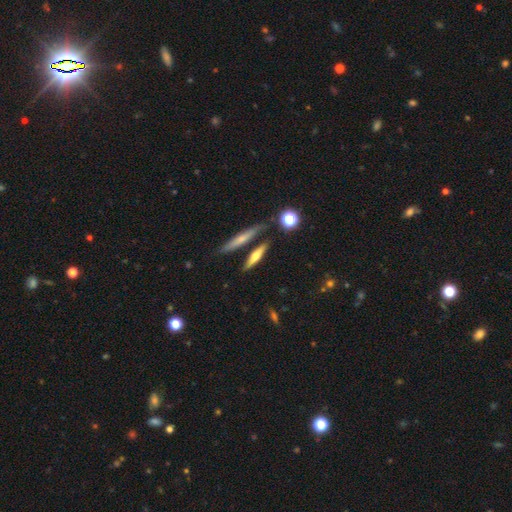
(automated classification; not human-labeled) smooth-or-featured: smooth: 52% | featured or disk: 40% | star or artifact: 8%
  how-rounded: cigar-shaped: 78% | in between: 17% | round: 5%
  merging: none: 74% | merger: 11% | minor disturbance: 11% | major disturbance: 3%